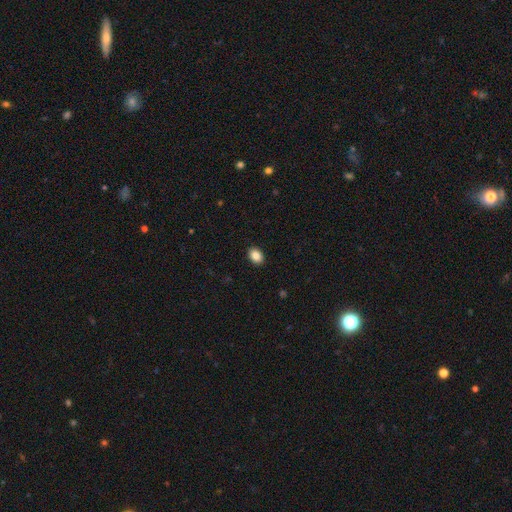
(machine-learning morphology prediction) smooth_or_featured: smooth (p=0.87) [alt: star or artifact p=0.08]
how_rounded: in between (p=0.75) [alt: round p=0.24]
merging: none (p=0.91) [alt: minor disturbance p=0.07]